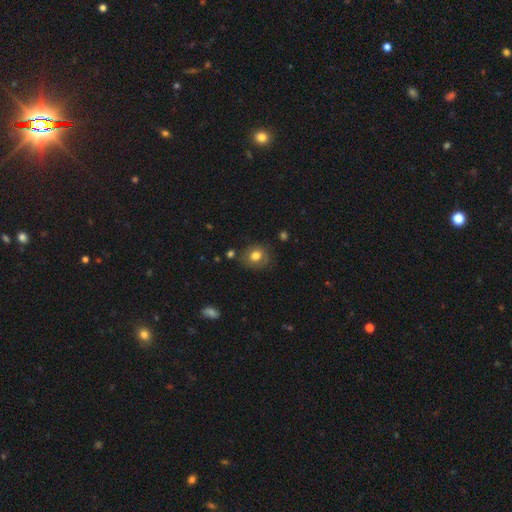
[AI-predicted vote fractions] Smooth or featured? smooth (75%)
How rounded? round (74%)
Merging? none (75%)